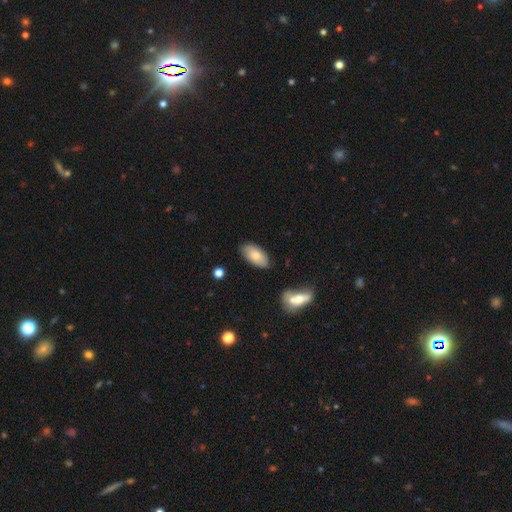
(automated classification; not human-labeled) smooth-or-featured: smooth: 78% | featured or disk: 16% | star or artifact: 7%
  how-rounded: in between: 94% | cigar-shaped: 4% | round: 2%
  merging: none: 81% | minor disturbance: 14% | merger: 3% | major disturbance: 3%